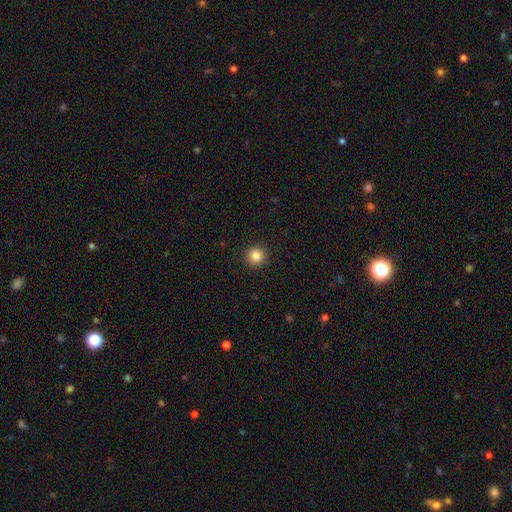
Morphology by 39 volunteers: Q: Smooth or featured?
A: smooth (92%); runner-up: star or artifact (5%)
Q: How rounded?
A: round (94%); runner-up: in between (6%)
Q: Merging?
A: none (97%); runner-up: minor disturbance (3%)